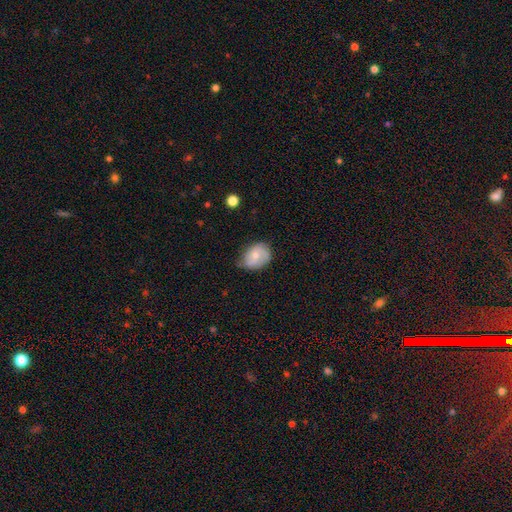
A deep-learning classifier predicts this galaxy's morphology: This appears to be a smooth galaxy with no disk features (62%) that is in between round and cigar-shaped (57%). Merging: none (54%).